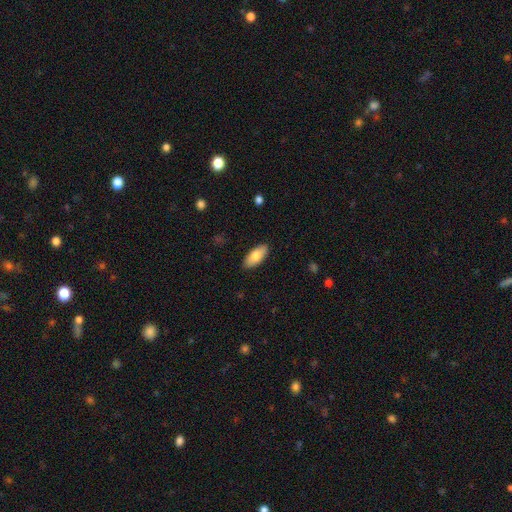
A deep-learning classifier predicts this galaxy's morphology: smooth-or-featured: smooth: 79% | featured or disk: 16% | star or artifact: 6%
  how-rounded: in between: 88% | cigar-shaped: 10% | round: 2%
  merging: none: 89% | minor disturbance: 8% | major disturbance: 2% | merger: 1%